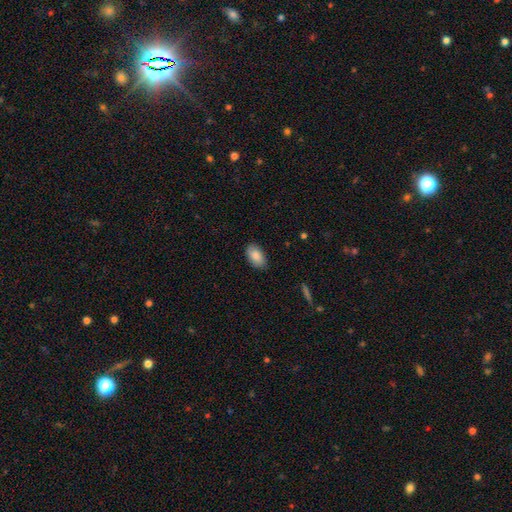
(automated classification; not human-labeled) Overall: smooth (86%). How rounded: in between (94%). Merging: none (85%).